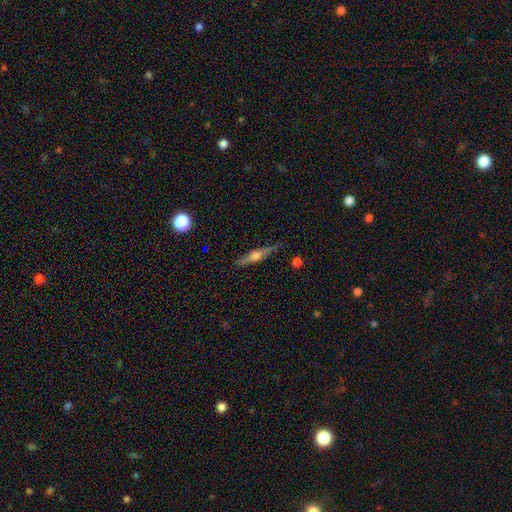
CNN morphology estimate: A featured or disk galaxy (66%) viewed edge-on (96%) with a rounded central bulge (87%).

Vote fractions:
- Smooth or featured? featured or disk: 66% / smooth: 27% / star or artifact: 7%
- Edge-on disk? yes: 96% / no: 4%
- Edge-on bulge? rounded: 87% / boxy: 8% / none: 4%
- Merging? none: 84% / minor disturbance: 12% / major disturbance: 2% / merger: 2%